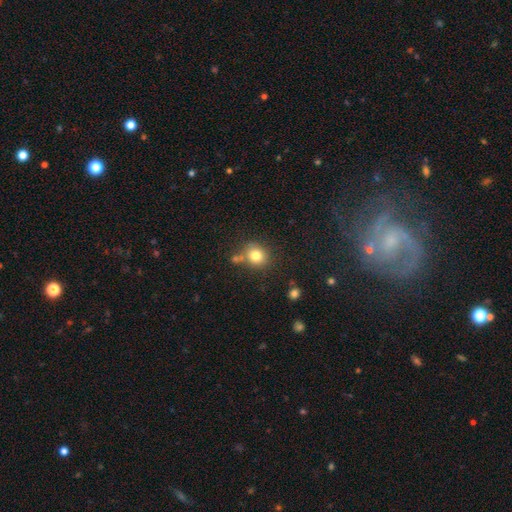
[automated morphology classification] The model was most divided on "merging": none: 69%, merger: 14%, minor disturbance: 13%, major disturbance: 4%. More confident: smooth or featured — smooth (79%); how rounded — round (78%).